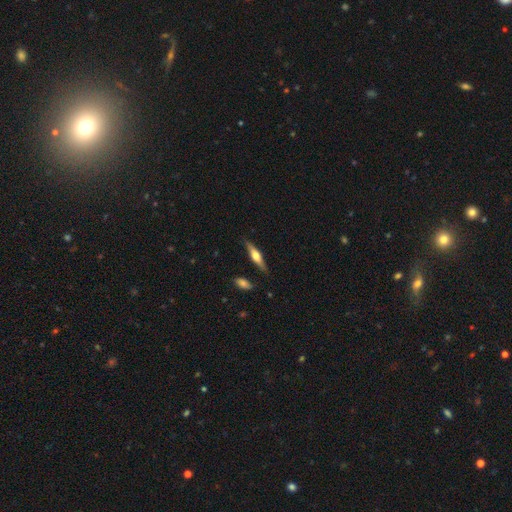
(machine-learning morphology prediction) Smooth or featured?
  - featured or disk: 58% *
  - smooth: 37%
  - star or artifact: 6%
Edge-on disk?
  - yes: 94% *
  - no: 6%
Edge-on bulge?
  - rounded: 91% *
  - boxy: 5%
  - none: 3%
Merging?
  - none: 85% *
  - minor disturbance: 10%
  - merger: 2%
  - major disturbance: 2%